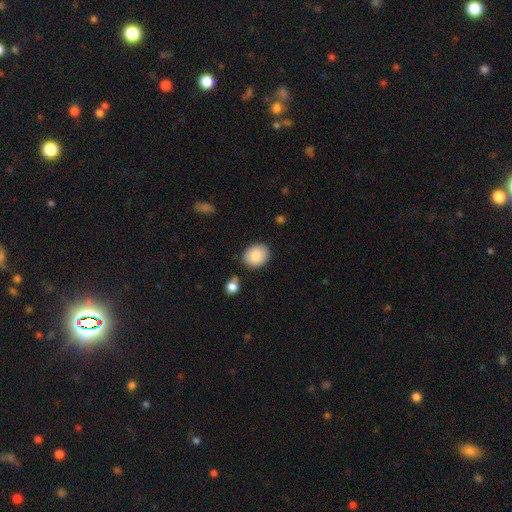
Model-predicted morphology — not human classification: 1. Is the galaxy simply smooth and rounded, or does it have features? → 87% smooth, 7% star or artifact, 6% featured or disk.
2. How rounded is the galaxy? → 52% round, 47% in between, 1% cigar-shaped.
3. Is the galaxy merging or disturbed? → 84% none, 11% minor disturbance, 3% merger, 2% major disturbance.